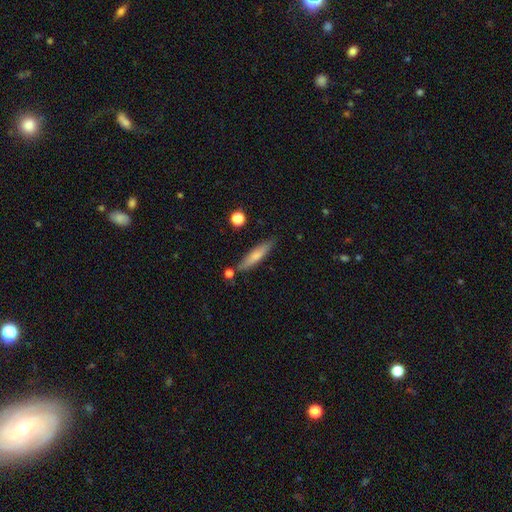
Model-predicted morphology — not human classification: This appears to be a smooth galaxy with no disk features (65%) that is cigar-shaped (85%). Merging: none (79%).